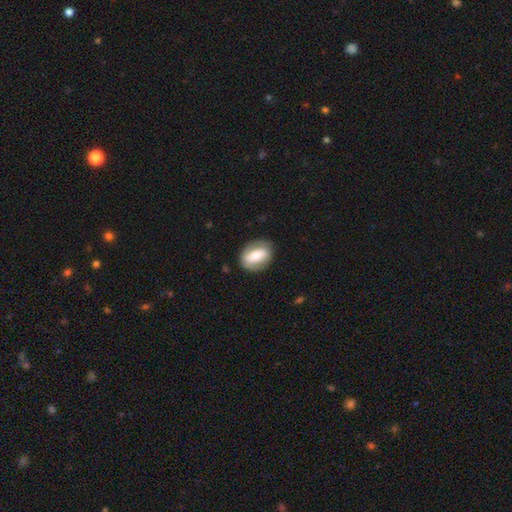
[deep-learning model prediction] Q: Smooth or featured?
A: smooth (53%); runner-up: featured or disk (41%)
Q: How rounded?
A: in between (76%); runner-up: round (22%)
Q: Merging?
A: none (81%); runner-up: minor disturbance (14%)